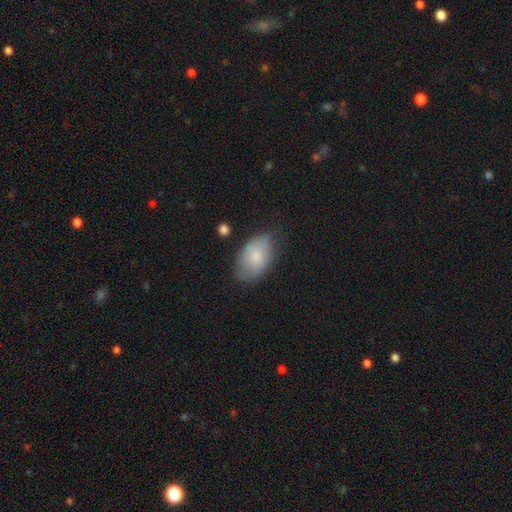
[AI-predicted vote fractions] A smooth galaxy with no disk features (78%) that is in between round and cigar-shaped (92%). Merging: none (62%).